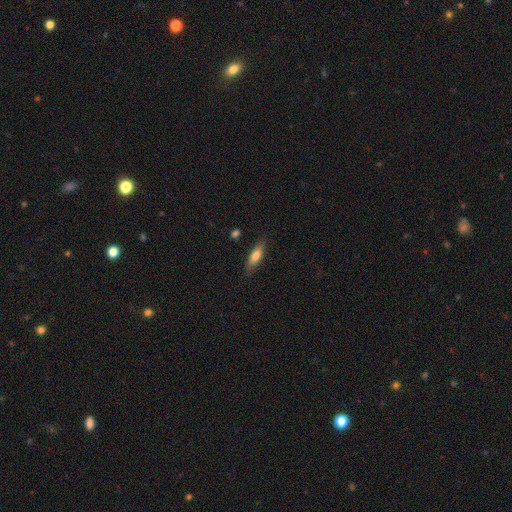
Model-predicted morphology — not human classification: smooth_or_featured: smooth (p=0.70) [alt: featured or disk p=0.24]
how_rounded: cigar-shaped (p=0.53) [alt: in between p=0.45]
merging: none (p=0.81) [alt: minor disturbance p=0.15]